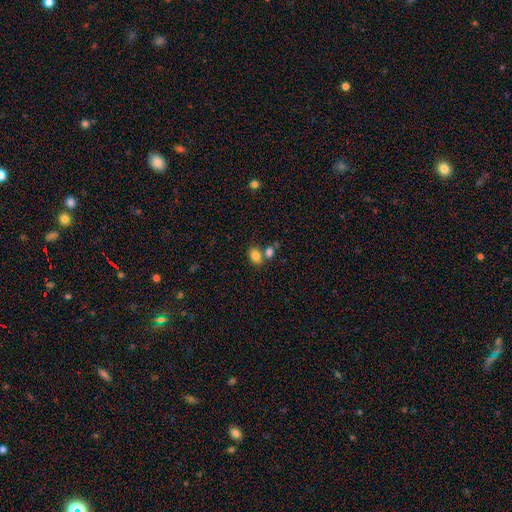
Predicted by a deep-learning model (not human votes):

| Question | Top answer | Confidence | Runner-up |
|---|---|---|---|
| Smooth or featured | smooth | 82% | star or artifact (10%) |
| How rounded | in between | 81% | round (17%) |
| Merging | none | 55% | merger (29%) |